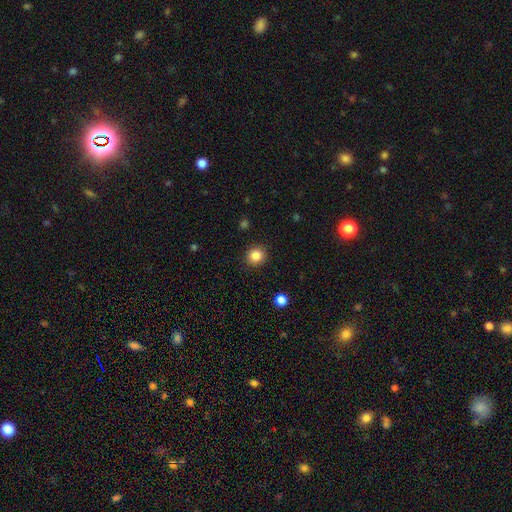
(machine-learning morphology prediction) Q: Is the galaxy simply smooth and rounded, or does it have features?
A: smooth — 85%.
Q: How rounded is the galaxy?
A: round — 87%.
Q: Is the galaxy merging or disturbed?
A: none — 91%.